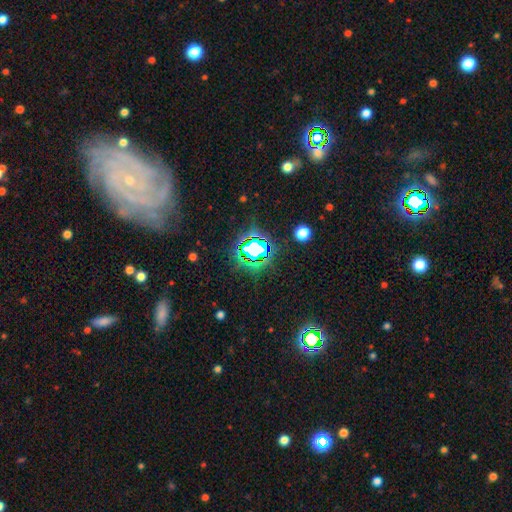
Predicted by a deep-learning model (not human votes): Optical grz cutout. It shows a star or artifact, not a galaxy (75%).